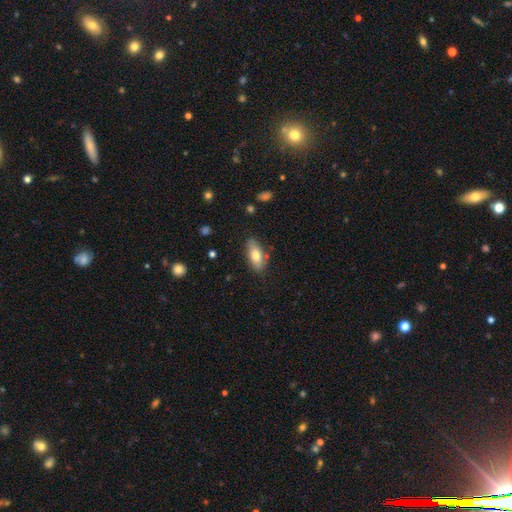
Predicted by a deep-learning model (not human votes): Smooth or featured? Predicted: smooth (p=0.74). How rounded? Predicted: in between (p=0.85). Merging? Predicted: none (p=0.79).